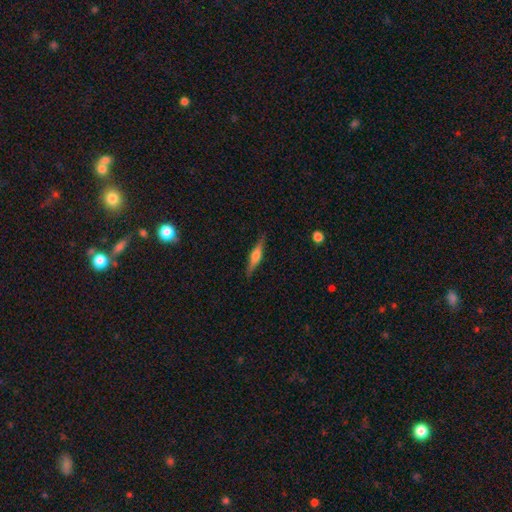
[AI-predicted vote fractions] Smooth or featured?
  - featured or disk: 58% *
  - smooth: 35%
  - star or artifact: 6%
Edge-on disk?
  - yes: 96% *
  - no: 4%
Edge-on bulge?
  - rounded: 85% *
  - boxy: 10%
  - none: 5%
Merging?
  - none: 88% *
  - minor disturbance: 9%
  - major disturbance: 2%
  - merger: 1%